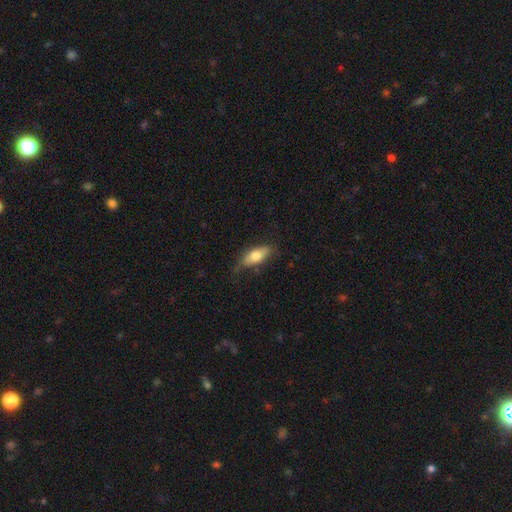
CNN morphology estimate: type=smooth (68%); roundness=in between (77%); merging=none (70%).